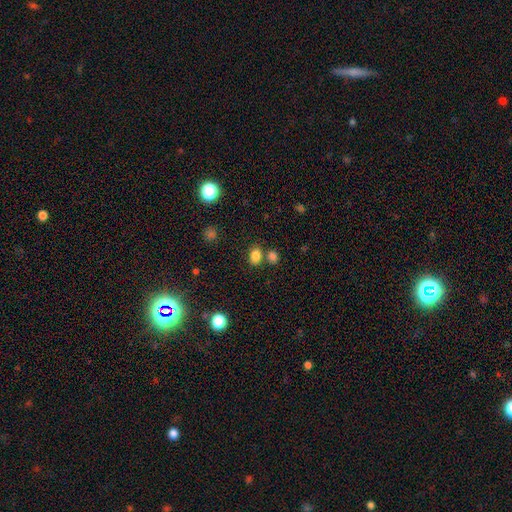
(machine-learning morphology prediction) Smooth or featured? smooth (82%)
How rounded? in between (68%)
Merging? none (68%)